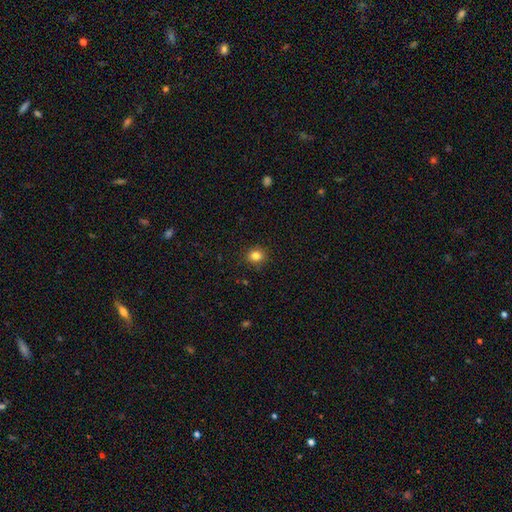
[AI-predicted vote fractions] The model was most divided on "how rounded": round: 76%, in between: 23%, cigar-shaped: 1%. More confident: merging — none (89%); smooth or featured — smooth (83%).